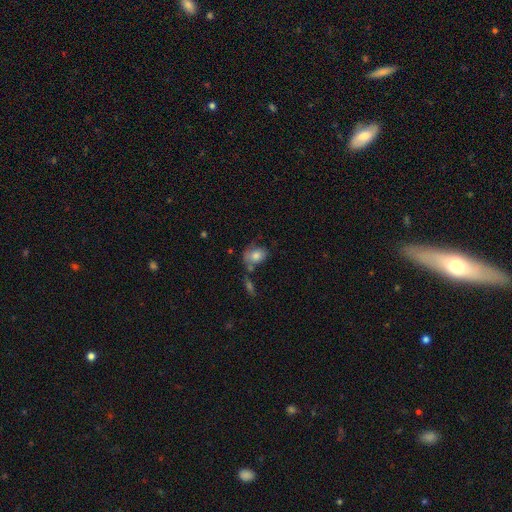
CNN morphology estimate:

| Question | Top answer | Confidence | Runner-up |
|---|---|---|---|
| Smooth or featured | smooth | 75% | featured or disk (17%) |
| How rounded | in between | 66% | round (33%) |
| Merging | none | 43% | minor disturbance (25%) |